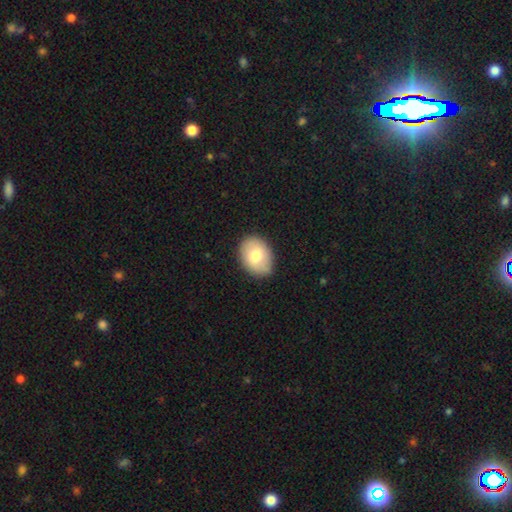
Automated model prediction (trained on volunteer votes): Overall: smooth (73%). How rounded: in between (69%; round 30%). Merging: none (84%).